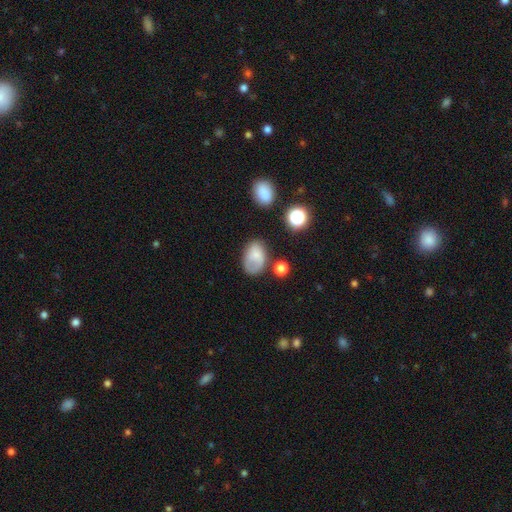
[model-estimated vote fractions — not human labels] Q: Smooth or featured?
A: smooth (69%); runner-up: featured or disk (20%)
Q: How rounded?
A: in between (83%); runner-up: round (16%)
Q: Merging?
A: none (52%); runner-up: minor disturbance (28%)